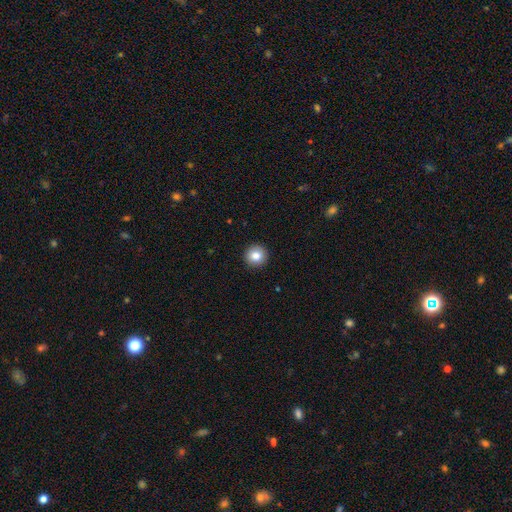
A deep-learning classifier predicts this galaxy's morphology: Overall: smooth (85%). How rounded: round (95%). Merging: none (93%).